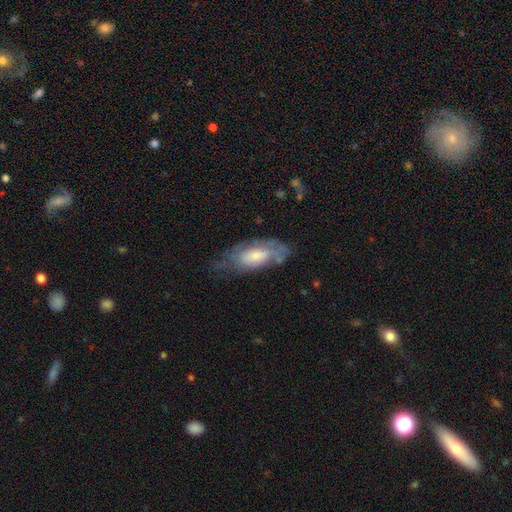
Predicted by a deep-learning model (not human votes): This appears to be a featured or disk galaxy (48%). Merging: none (56%).